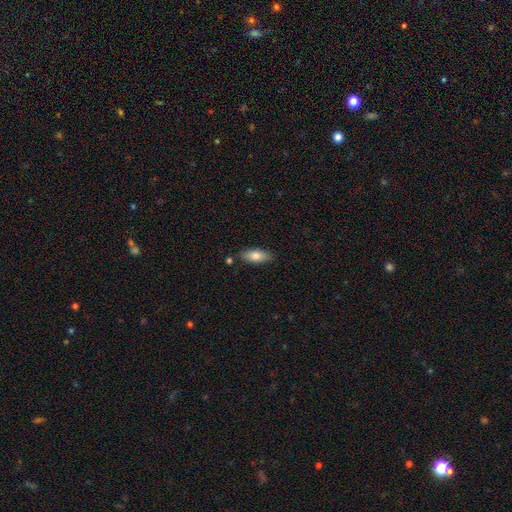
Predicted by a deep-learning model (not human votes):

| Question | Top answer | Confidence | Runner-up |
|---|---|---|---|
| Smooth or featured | smooth | 76% | featured or disk (17%) |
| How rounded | in between | 76% | cigar-shaped (21%) |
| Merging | none | 82% | minor disturbance (12%) |